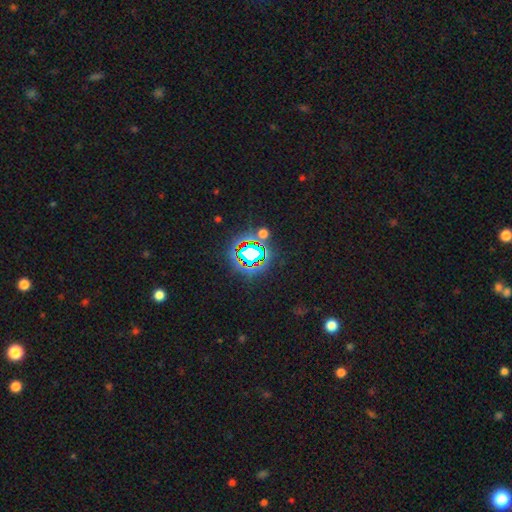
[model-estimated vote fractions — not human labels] This appears to be a star or artifact, not a galaxy (81%).